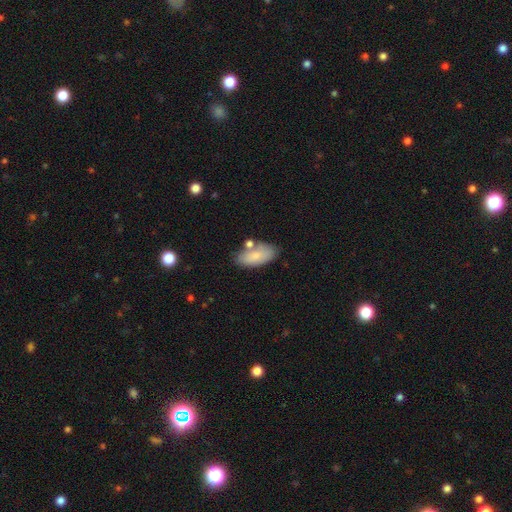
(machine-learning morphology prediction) Smooth or featured?
  - smooth: 81% *
  - featured or disk: 13%
  - star or artifact: 6%
How rounded?
  - in between: 90% *
  - cigar-shaped: 8%
  - round: 3%
Merging?
  - none: 66% *
  - minor disturbance: 17%
  - merger: 12%
  - major disturbance: 4%